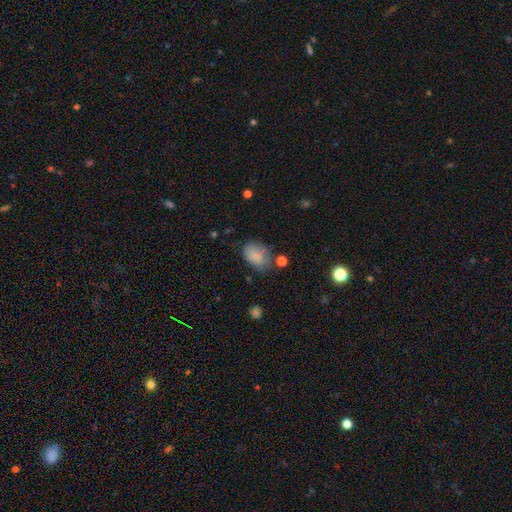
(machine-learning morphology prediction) The model was most divided on "merging": none: 56%, minor disturbance: 28%, major disturbance: 11%, merger: 6%. More confident: smooth or featured — smooth (77%); how rounded — in between (75%).